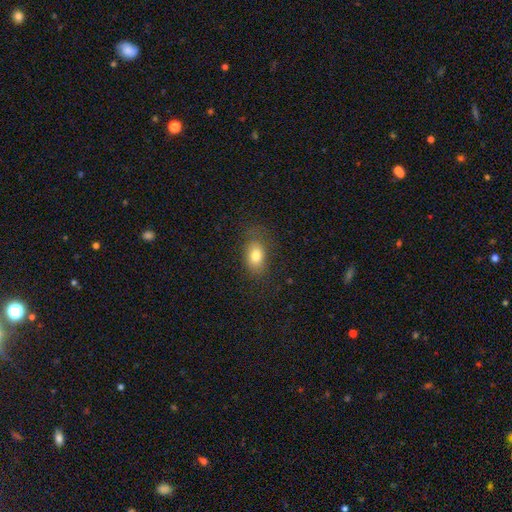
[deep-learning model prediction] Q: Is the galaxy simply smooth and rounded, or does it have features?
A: smooth — 80%.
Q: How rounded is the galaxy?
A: in between — 82%.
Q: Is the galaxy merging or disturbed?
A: none — 75%.